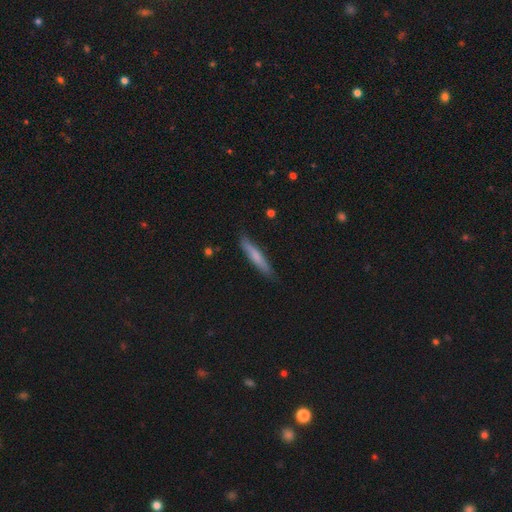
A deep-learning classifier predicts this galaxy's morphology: The model was most divided on "smooth or featured": smooth: 68%, featured or disk: 26%, star or artifact: 6%. More confident: how rounded — cigar-shaped (92%); merging — none (86%).